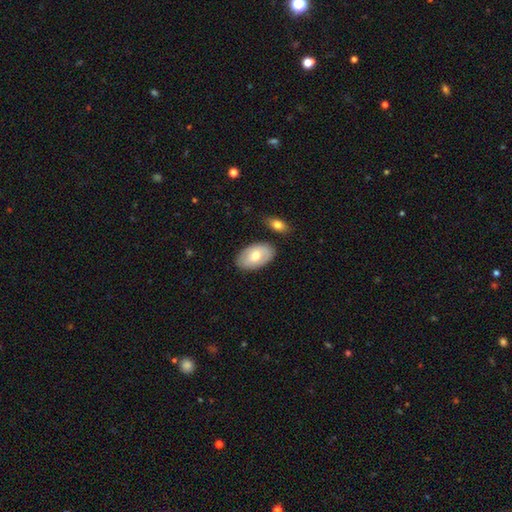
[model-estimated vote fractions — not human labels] This is likely a smooth galaxy (63%). How rounded: clearly in between (93%). Merging: clearly none (80%).